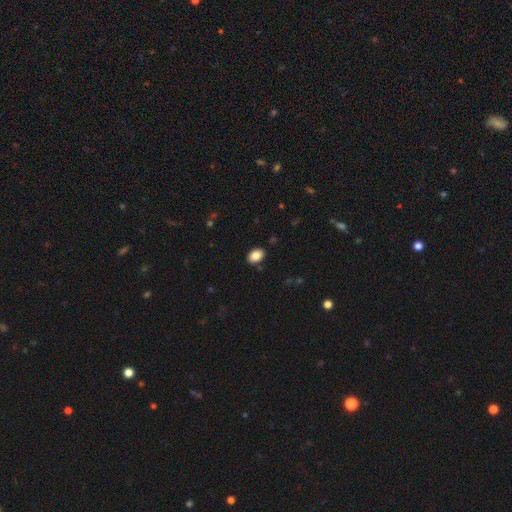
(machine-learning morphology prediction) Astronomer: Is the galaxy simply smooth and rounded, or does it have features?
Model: smooth — 87%.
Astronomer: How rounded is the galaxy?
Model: in between — 83%.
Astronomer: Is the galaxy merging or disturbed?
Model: none — 88%.